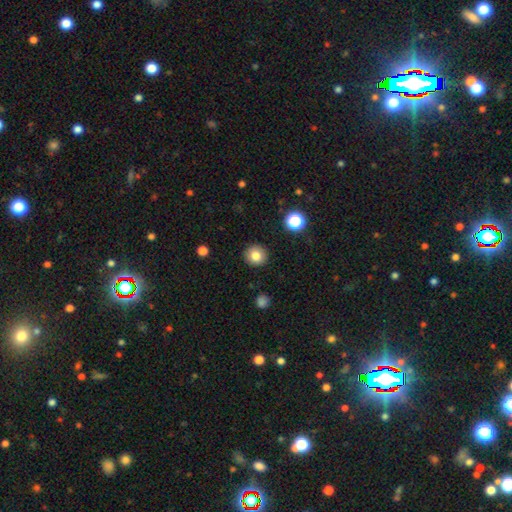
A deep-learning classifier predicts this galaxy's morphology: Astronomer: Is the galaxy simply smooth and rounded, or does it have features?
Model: smooth — 82%.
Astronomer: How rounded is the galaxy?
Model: round — 93%.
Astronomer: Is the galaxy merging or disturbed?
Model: none — 91%.